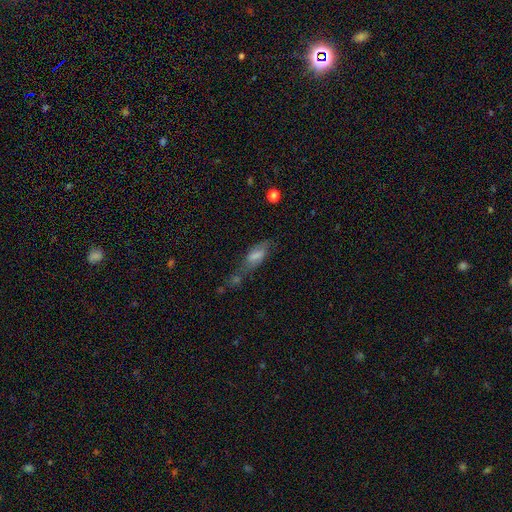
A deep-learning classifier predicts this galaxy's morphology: This is likely a smooth galaxy (61%). How rounded: likely in between (66%). Merging: marginally none (33%).